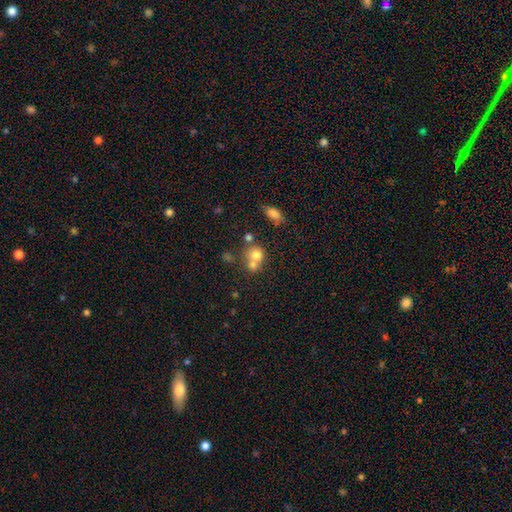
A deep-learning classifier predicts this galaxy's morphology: Smooth or featured: smooth — 71% (featured or disk — 16%)
How rounded: round — 71% (in between — 28%)
Merging: merger — 56% (none — 31%)